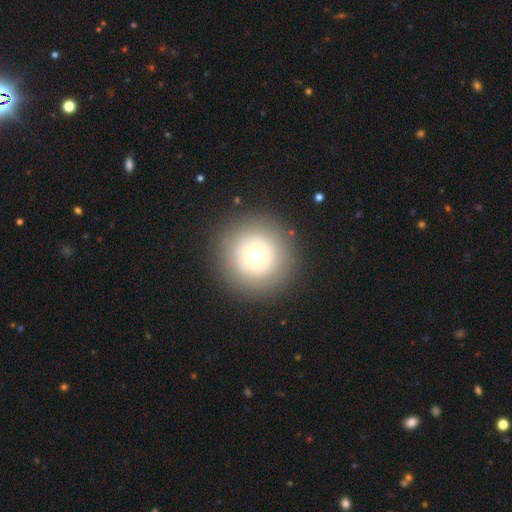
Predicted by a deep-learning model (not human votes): Q: Smooth or featured?
A: smooth (66%); runner-up: featured or disk (21%)
Q: How rounded?
A: round (96%); runner-up: in between (3%)
Q: Merging?
A: none (89%); runner-up: minor disturbance (6%)